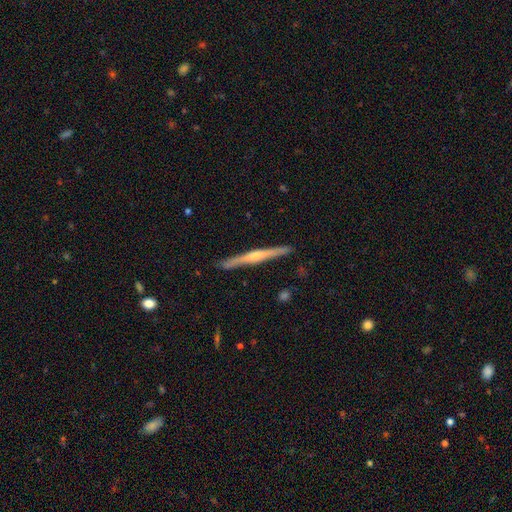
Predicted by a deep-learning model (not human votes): A featured or disk galaxy (72%) viewed edge-on (98%) with a rounded central bulge (73%). Merging: none (91%).